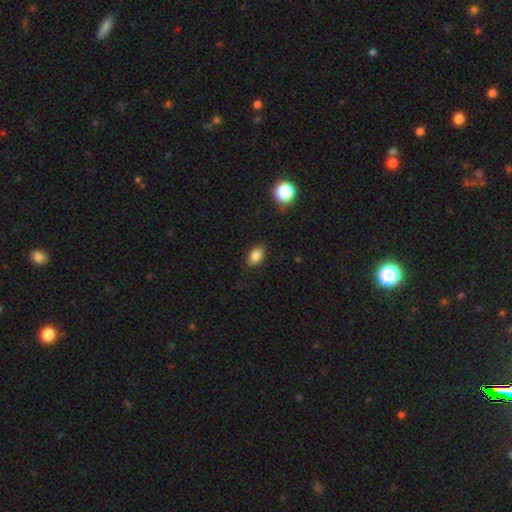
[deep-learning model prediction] smooth_or_featured: smooth (p=0.84) [alt: star or artifact p=0.10]
how_rounded: in between (p=0.84) [alt: round p=0.15]
merging: none (p=0.87) [alt: minor disturbance p=0.09]